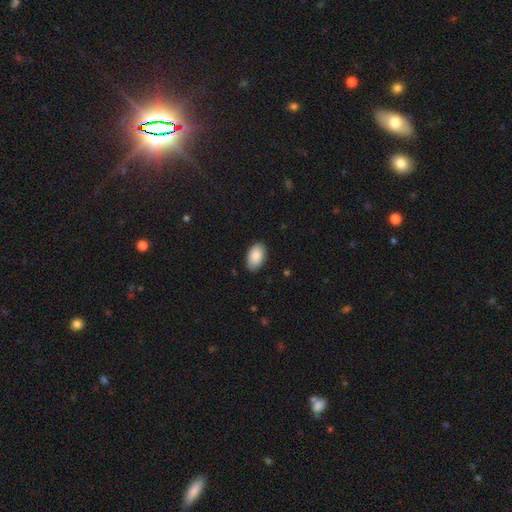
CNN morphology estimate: smooth-or-featured: smooth: 88% | star or artifact: 6% | featured or disk: 5%
  how-rounded: in between: 94% | round: 5% | cigar-shaped: 1%
  merging: none: 85% | minor disturbance: 12% | major disturbance: 2% | merger: 1%